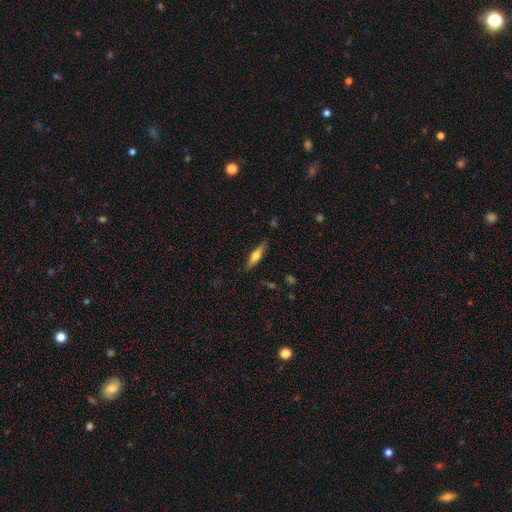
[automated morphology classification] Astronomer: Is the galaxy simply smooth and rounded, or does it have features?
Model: featured or disk — 48% (runner-up: smooth, 46%).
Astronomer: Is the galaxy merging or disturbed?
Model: none — 86%.